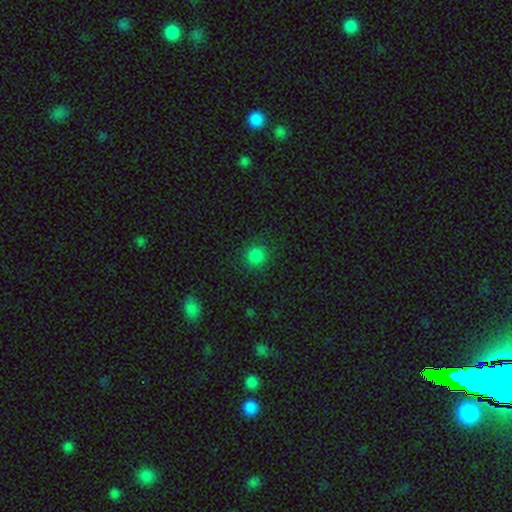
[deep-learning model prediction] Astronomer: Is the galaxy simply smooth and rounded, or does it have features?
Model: smooth — 84%.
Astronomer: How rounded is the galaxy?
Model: round — 93%.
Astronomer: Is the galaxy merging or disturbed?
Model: none — 90%.